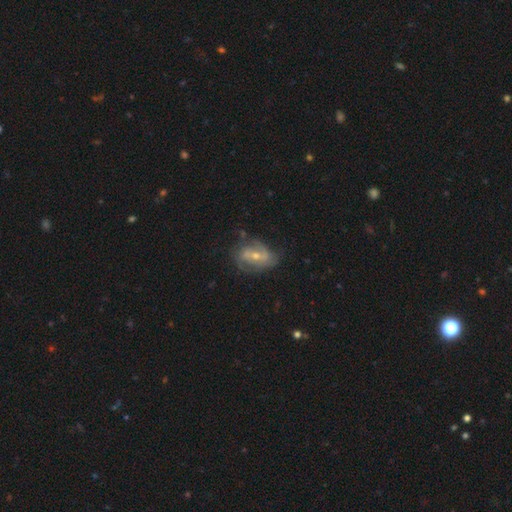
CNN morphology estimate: Q: Smooth or featured?
A: featured or disk (72%); runner-up: smooth (20%)
Q: Edge-on disk?
A: no (95%); runner-up: yes (5%)
Q: Bar?
A: weak (42%); runner-up: no (31%)
Q: Spiral arms?
A: yes (78%); runner-up: no (22%)
Q: Spiral winding?
A: medium (41%); runner-up: loose (31%)
Q: Spiral arm count?
A: 2 (57%); runner-up: can't tell (24%)
Q: Bulge size?
A: moderate (52%); runner-up: small (44%)
Q: Merging?
A: none (58%); runner-up: minor disturbance (26%)